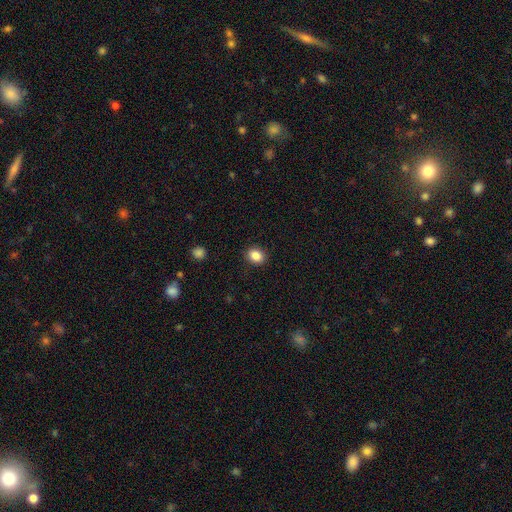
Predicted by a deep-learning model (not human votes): This appears to be a smooth galaxy with no disk features (87%) that is in between round and cigar-shaped (54%). Merging: none (89%).